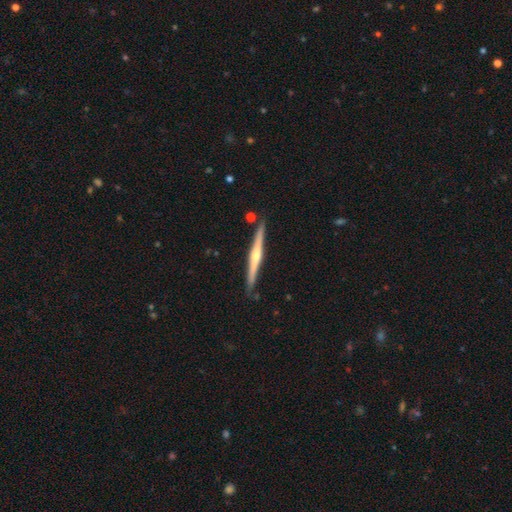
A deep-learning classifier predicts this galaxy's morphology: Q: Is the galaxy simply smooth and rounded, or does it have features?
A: featured or disk — 76%.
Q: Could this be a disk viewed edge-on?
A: yes — 98%.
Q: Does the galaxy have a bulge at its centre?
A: rounded — 81%.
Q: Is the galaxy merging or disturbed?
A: none — 88%.